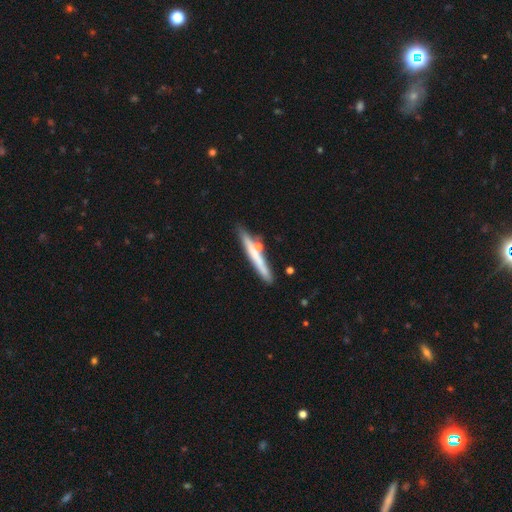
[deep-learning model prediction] Smooth or featured? smooth (48%)
Merging? none (72%)